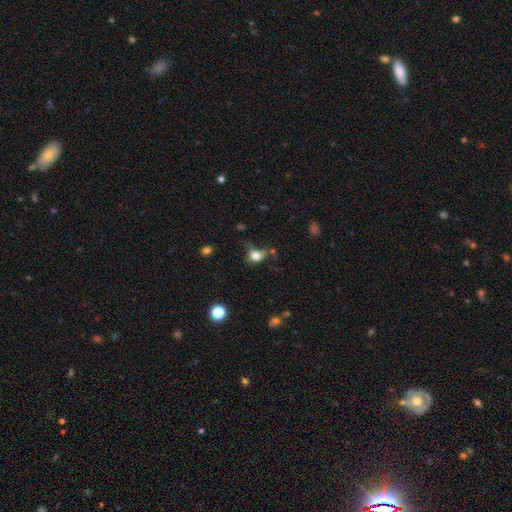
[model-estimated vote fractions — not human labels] smooth-or-featured: smooth: 70% | featured or disk: 16% | star or artifact: 14%
  how-rounded: round: 50% | in between: 47% | cigar-shaped: 3%
  merging: none: 41% | minor disturbance: 26% | major disturbance: 24% | merger: 9%